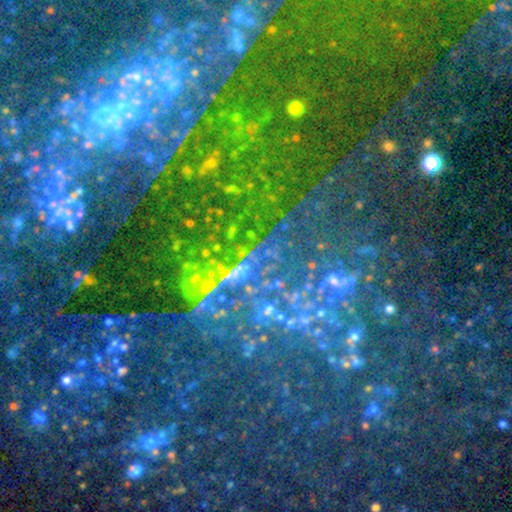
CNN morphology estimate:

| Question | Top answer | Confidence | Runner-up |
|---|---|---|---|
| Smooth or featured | star or artifact | 73% | featured or disk (14%) |